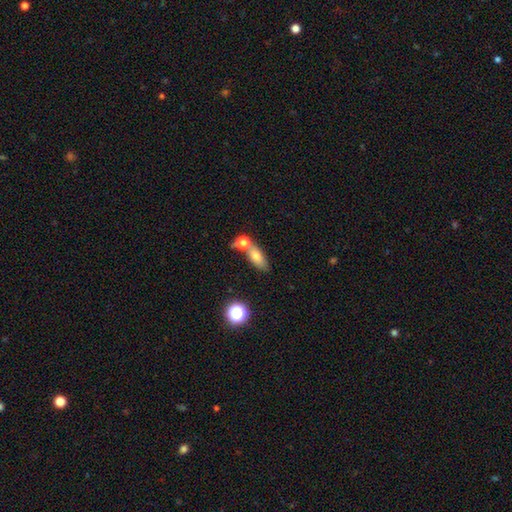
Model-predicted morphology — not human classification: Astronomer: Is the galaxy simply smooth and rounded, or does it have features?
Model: smooth — 72%.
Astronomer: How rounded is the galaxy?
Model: in between — 74%.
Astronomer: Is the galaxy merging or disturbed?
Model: none — 48% (runner-up: merger, 34%).